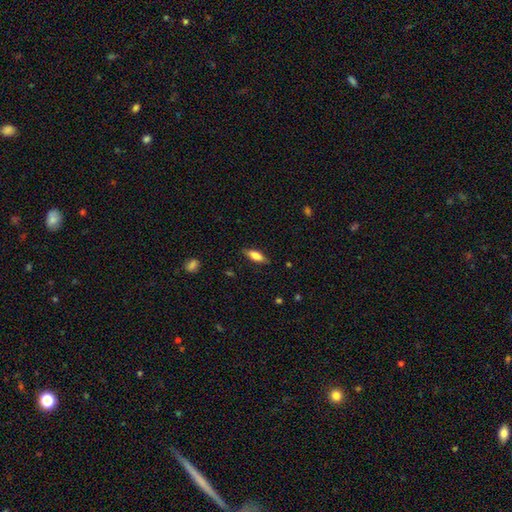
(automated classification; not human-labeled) Smooth or featured? Predicted: smooth (p=0.76). How rounded? Predicted: in between (p=0.65). Merging? Predicted: none (p=0.84).